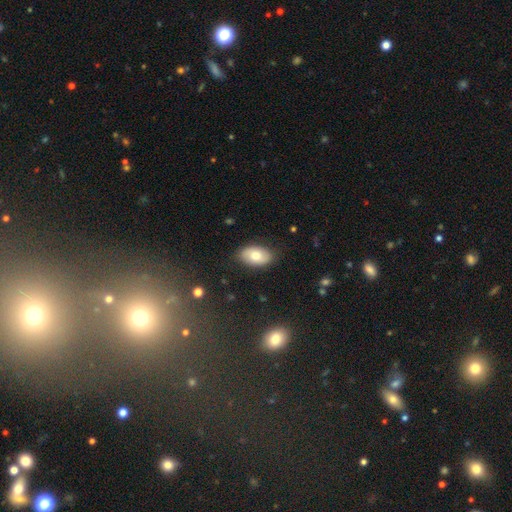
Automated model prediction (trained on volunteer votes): Smooth or featured? Predicted: smooth (p=0.73). How rounded? Predicted: in between (p=0.93). Merging? Predicted: none (p=0.83).